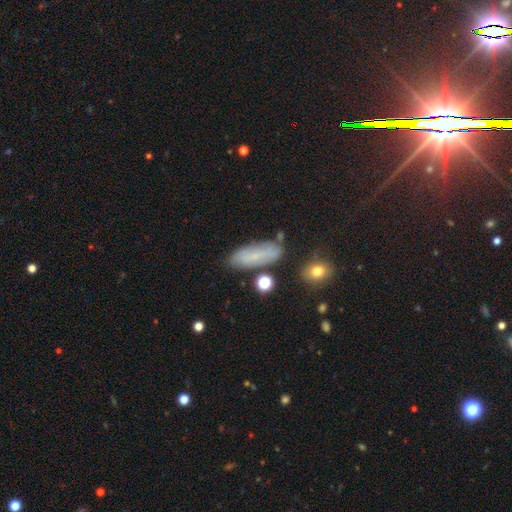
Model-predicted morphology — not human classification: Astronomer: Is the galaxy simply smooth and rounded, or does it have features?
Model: smooth — 56% (runner-up: featured or disk, 32%).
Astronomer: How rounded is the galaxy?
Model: in between — 64%.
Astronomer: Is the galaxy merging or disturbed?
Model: none — 71%.